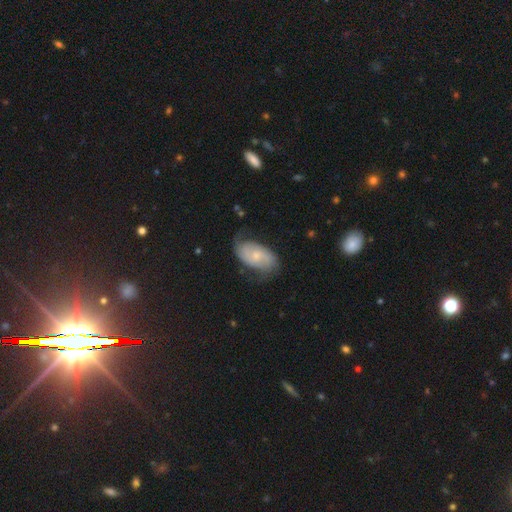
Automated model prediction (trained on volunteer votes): Smooth or featured? featured or disk (59%)
Edge-on disk? no (95%)
Bar? no (66%)
Spiral arms? yes (86%)
Bulge size? small (60%)
Merging? none (60%)